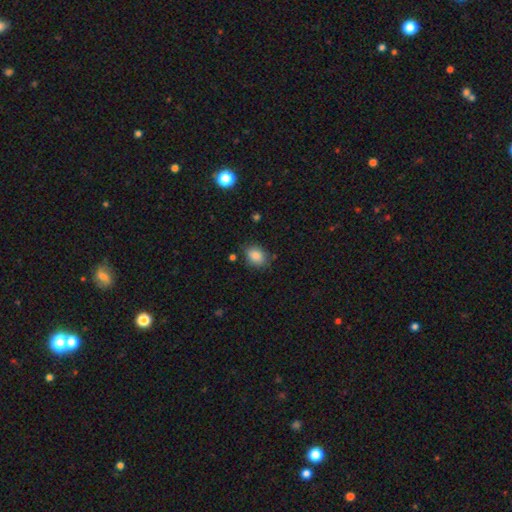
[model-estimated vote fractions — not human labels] smooth-or-featured: smooth: 86% | star or artifact: 9% | featured or disk: 6%
  how-rounded: in between: 71% | round: 28% | cigar-shaped: 1%
  merging: none: 77% | minor disturbance: 17% | major disturbance: 4% | merger: 3%